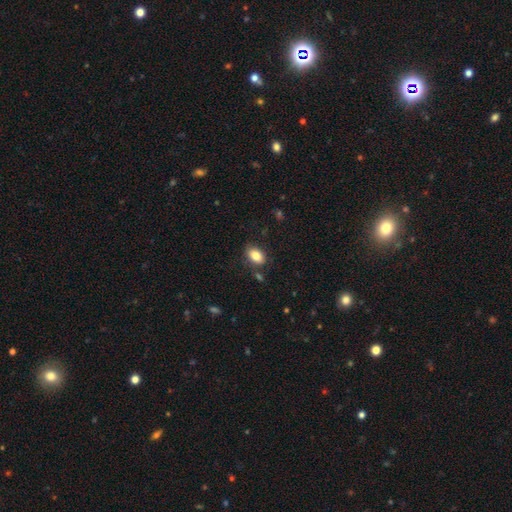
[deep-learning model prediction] A smooth galaxy with no disk features (84%) that is in between round and cigar-shaped (86%).

Vote fractions:
- Smooth or featured? smooth: 84% / featured or disk: 8% / star or artifact: 8%
- How rounded? in between: 86% / round: 12% / cigar-shaped: 1%
- Merging? none: 81% / minor disturbance: 12% / merger: 4% / major disturbance: 3%